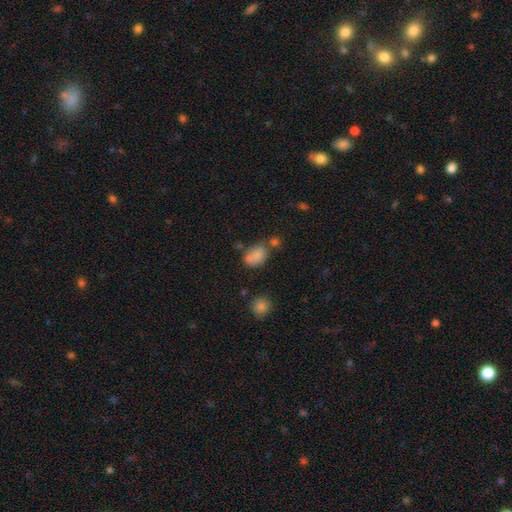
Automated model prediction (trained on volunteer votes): smooth 80%, star or artifact 10%, featured or disk 10%. Down the decision tree: how rounded — in between (79%); merging — none (48%).